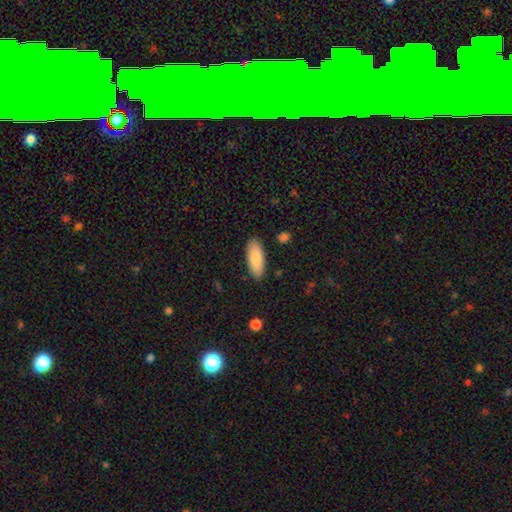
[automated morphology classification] A smooth galaxy with no disk features (86%) that is in between round and cigar-shaped (80%). Merging: none (88%).